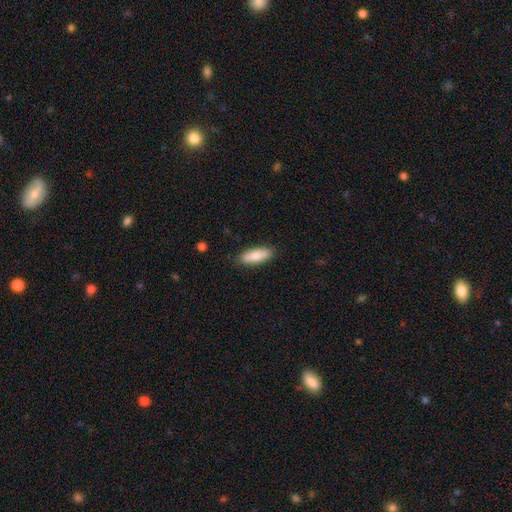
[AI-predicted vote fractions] The model was most divided on "how rounded": in between: 60%, cigar-shaped: 38%, round: 2%. More confident: merging — none (87%); smooth or featured — smooth (81%).